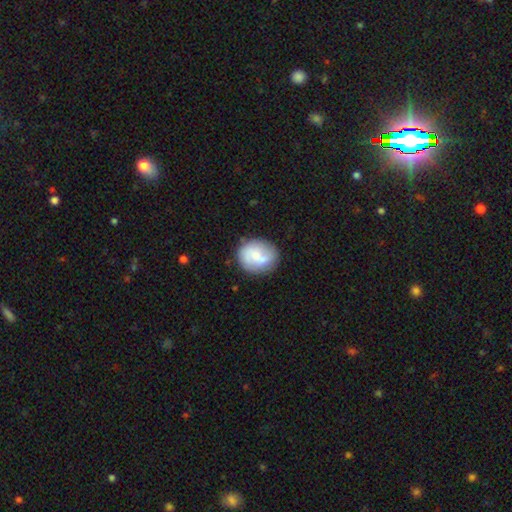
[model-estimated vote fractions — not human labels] Overall: smooth (53%; featured or disk 40%). How rounded: round (73%). Merging: none (68%).